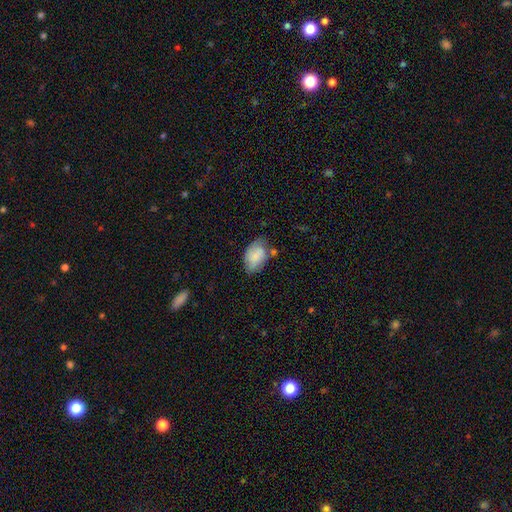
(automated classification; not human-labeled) smooth-or-featured: smooth: 73% | featured or disk: 19% | star or artifact: 8%
  how-rounded: in between: 90% | round: 8% | cigar-shaped: 1%
  merging: none: 50% | minor disturbance: 32% | major disturbance: 10% | merger: 8%